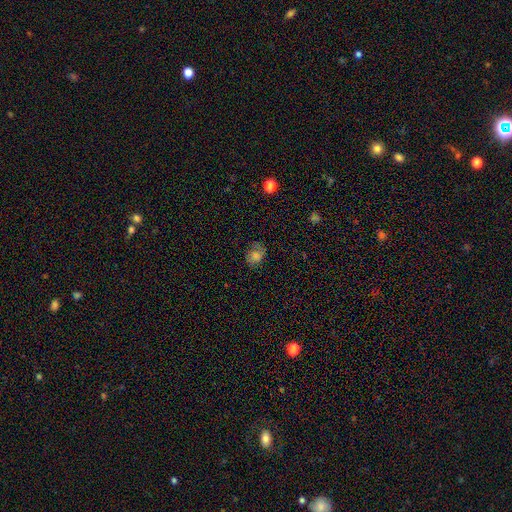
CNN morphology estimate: The model was most divided on "how rounded": round: 50%, in between: 49%, cigar-shaped: 1%. More confident: merging — none (69%); smooth or featured — smooth (58%).